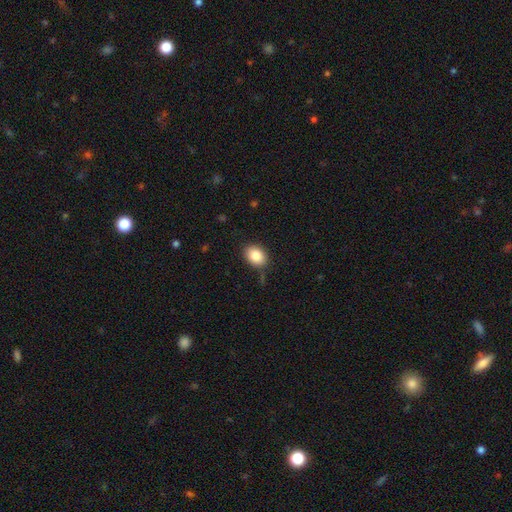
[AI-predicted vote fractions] Overall: smooth (86%). How rounded: in between (67%; round 33%). Merging: none (83%).